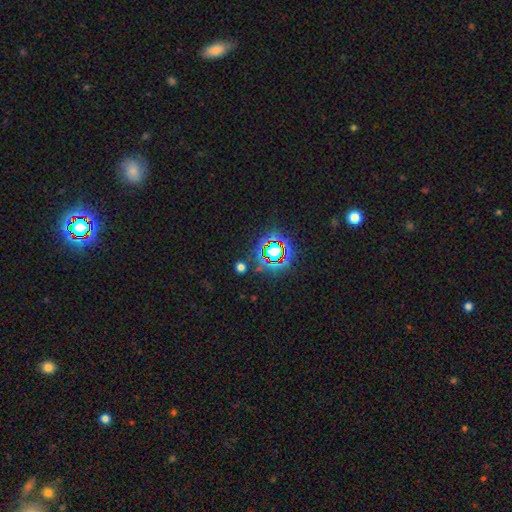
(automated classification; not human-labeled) Q: Smooth or featured?
A: star or artifact (79%); runner-up: smooth (13%)